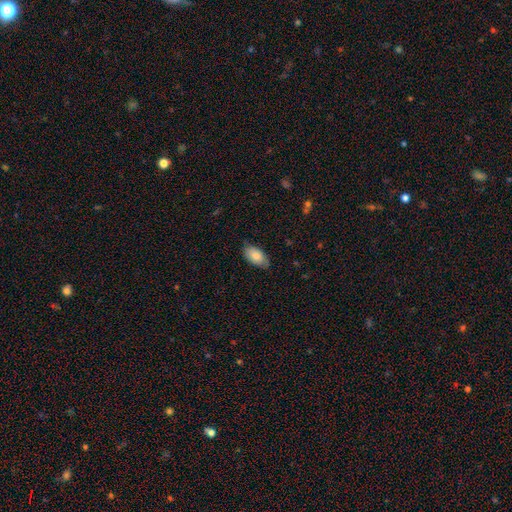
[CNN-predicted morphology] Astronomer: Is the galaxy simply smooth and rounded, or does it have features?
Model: smooth — 78%.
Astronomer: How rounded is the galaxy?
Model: in between — 94%.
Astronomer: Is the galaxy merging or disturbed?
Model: none — 76%.